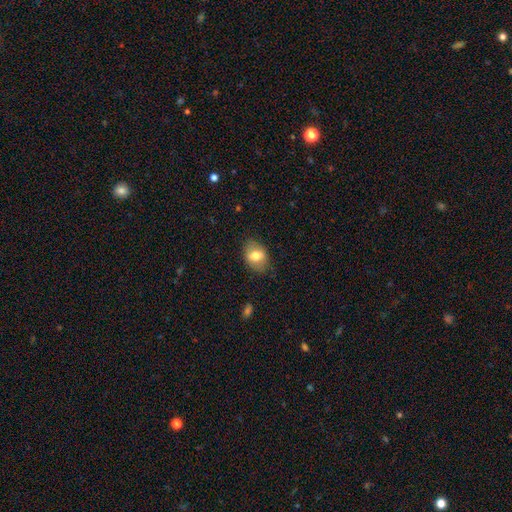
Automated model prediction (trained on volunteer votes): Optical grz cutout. It shows a smooth galaxy with no disk features (71%) that is in between round and cigar-shaped (73%). Merging: none (80%).